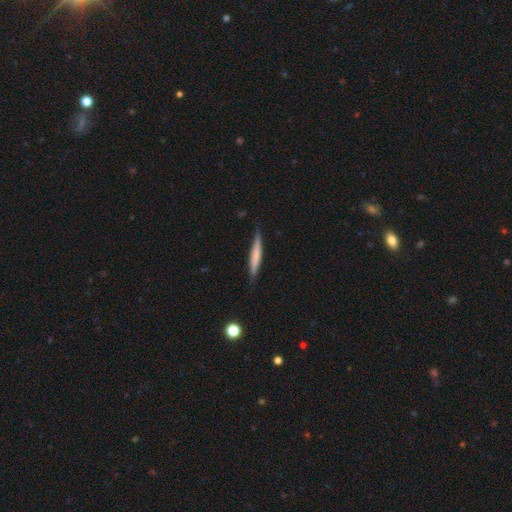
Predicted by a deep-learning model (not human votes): Smooth or featured? smooth (64%)
How rounded? cigar-shaped (93%)
Merging? none (83%)